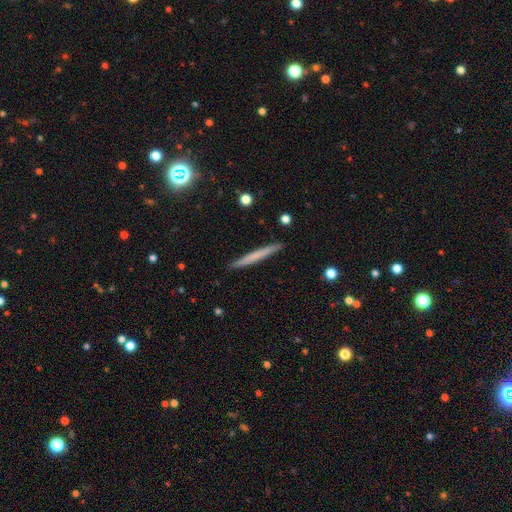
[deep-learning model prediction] Q: Smooth or featured?
A: smooth (59%); runner-up: featured or disk (34%)
Q: How rounded?
A: cigar-shaped (97%); runner-up: in between (2%)
Q: Merging?
A: none (92%); runner-up: minor disturbance (6%)